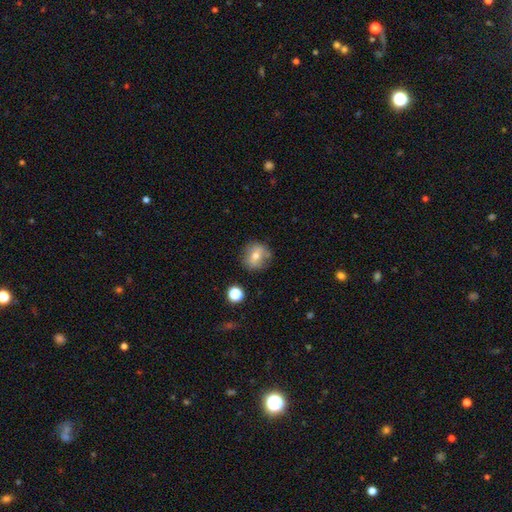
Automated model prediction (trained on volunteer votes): Smooth or featured? Predicted: smooth (p=0.62). How rounded? Predicted: round (p=0.84). Merging? Predicted: none (p=0.76).